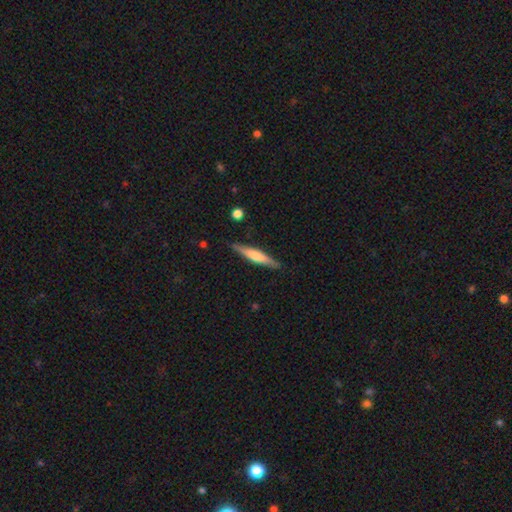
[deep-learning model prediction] This is possibly a featured or disk galaxy (48%). Merging: clearly none (88%).